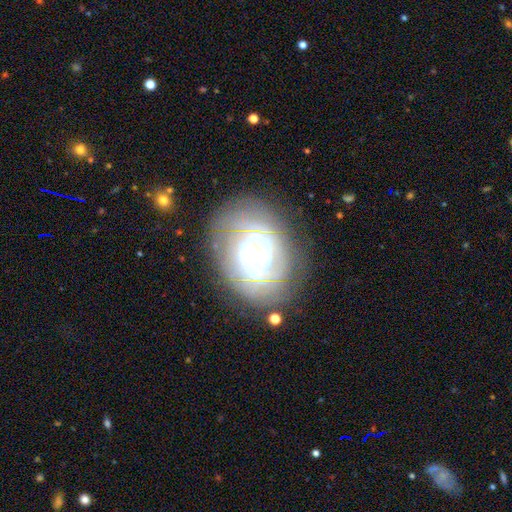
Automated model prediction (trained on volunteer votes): Smooth or featured: featured or disk — 84% (smooth — 9%)
Edge-on disk: no — 96% (yes — 4%)
Bar: weak — 37% (strong — 36%)
Spiral arms: yes — 88% (no — 12%)
Spiral winding: tight — 74% (medium — 20%)
Spiral arm count: 2 — 35% (can't tell — 33%)
Bulge size: small — 51% (moderate — 39%)
Merging: none — 74% (minor disturbance — 16%)